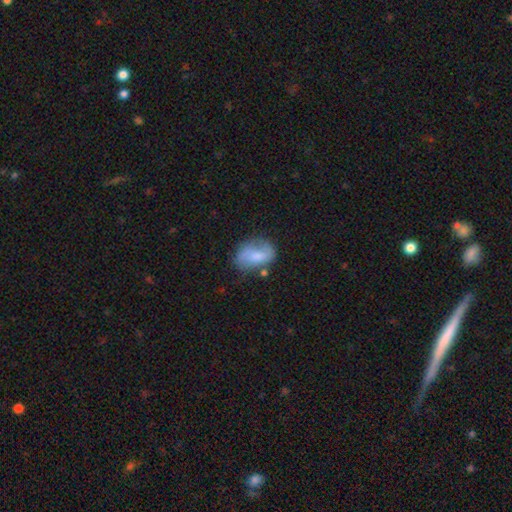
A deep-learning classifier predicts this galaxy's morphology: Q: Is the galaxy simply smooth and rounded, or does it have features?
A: smooth — 56%.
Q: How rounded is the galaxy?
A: in between — 83%.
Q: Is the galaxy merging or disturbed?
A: none — 55%.